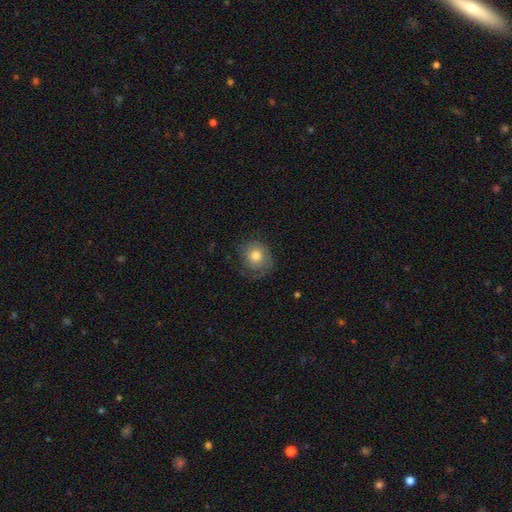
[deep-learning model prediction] The model was most divided on "smooth or featured": smooth: 66%, featured or disk: 25%, star or artifact: 8%. More confident: how rounded — round (84%); merging — none (64%).